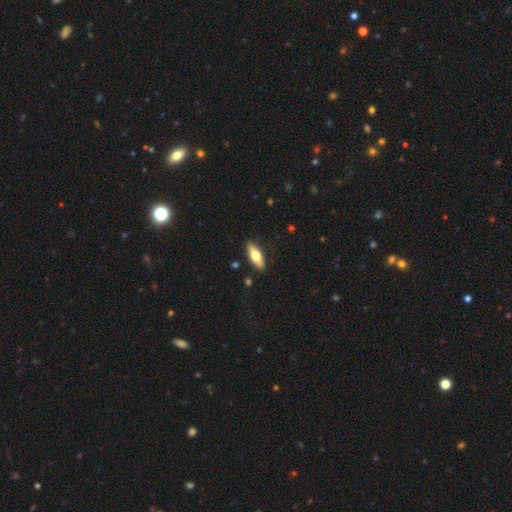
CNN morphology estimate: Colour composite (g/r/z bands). It shows a smooth galaxy with no disk features (54%) that is in between round and cigar-shaped (56%). Merging: none (88%).